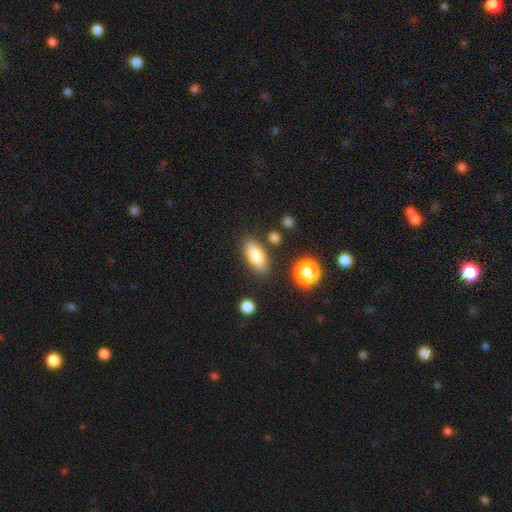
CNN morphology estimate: The model was most divided on "how rounded": in between: 76%, cigar-shaped: 20%, round: 4%. More confident: merging — none (81%); smooth or featured — smooth (79%).